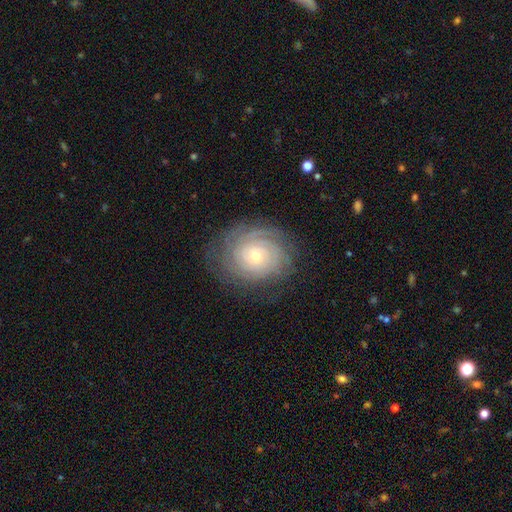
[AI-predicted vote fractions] Smooth or featured?
  - featured or disk: 82% *
  - smooth: 11%
  - star or artifact: 7%
Edge-on disk?
  - no: 97% *
  - yes: 3%
Bar?
  - no: 78% *
  - weak: 18%
  - strong: 5%
Spiral arms?
  - yes: 96% *
  - no: 4%
Spiral winding?
  - tight: 85% *
  - medium: 12%
  - loose: 3%
Spiral arm count?
  - can't tell: 38% *
  - 4: 17%
  - 3: 16%
  - 2: 13%
  - more than 4: 11%
  - 1: 6%
Bulge size?
  - small: 58% *
  - moderate: 38%
  - large: 2%
  - none: 1%
  - dominant: 1%
Merging?
  - none: 79% *
  - minor disturbance: 14%
  - major disturbance: 6%
  - merger: 1%